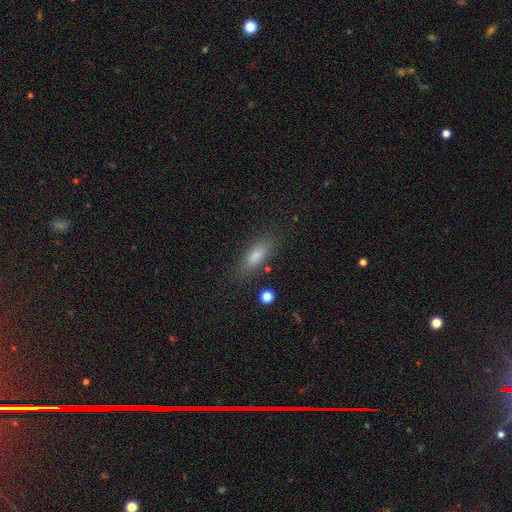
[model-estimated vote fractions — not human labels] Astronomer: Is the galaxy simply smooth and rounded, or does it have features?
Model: smooth — 77%.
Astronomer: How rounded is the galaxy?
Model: in between — 65%.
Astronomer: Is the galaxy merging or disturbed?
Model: none — 81%.